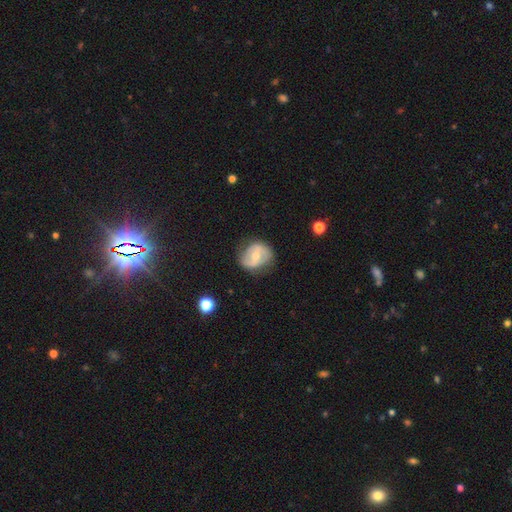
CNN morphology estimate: Smooth or featured? featured or disk (63%)
Edge-on disk? no (97%)
Bar? weak (45%)
Spiral arms? yes (76%)
Bulge size? moderate (58%)
Merging? none (72%)